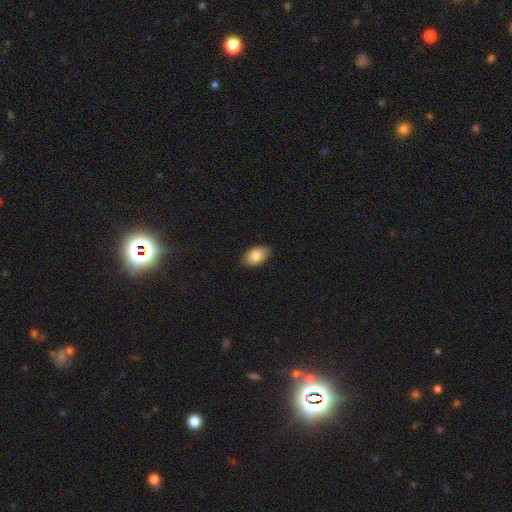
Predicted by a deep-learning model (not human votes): Smooth or featured? smooth (87%)
How rounded? in between (91%)
Merging? none (85%)